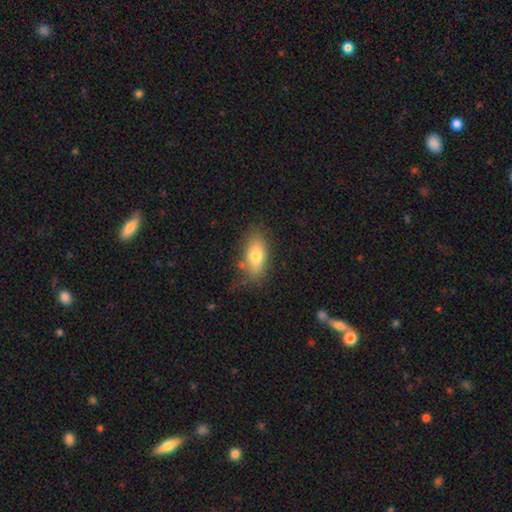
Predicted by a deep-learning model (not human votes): smooth-or-featured: smooth: 75% | featured or disk: 17% | star or artifact: 8%
  how-rounded: in between: 86% | cigar-shaped: 8% | round: 6%
  merging: none: 69% | minor disturbance: 20% | major disturbance: 7% | merger: 4%